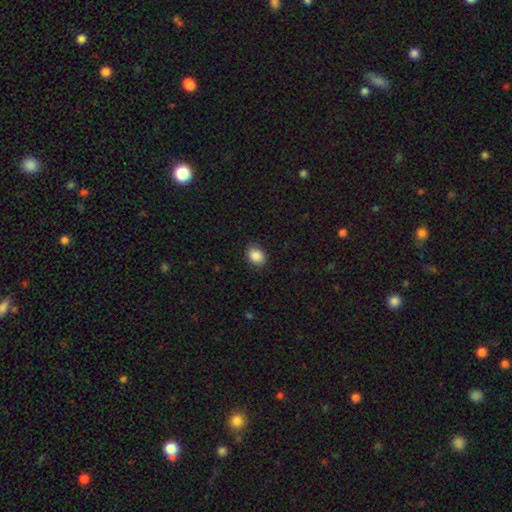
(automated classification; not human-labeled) smooth-or-featured: smooth: 88% | star or artifact: 8% | featured or disk: 3%
  how-rounded: in between: 59% | round: 40% | cigar-shaped: 1%
  merging: none: 86% | minor disturbance: 11% | major disturbance: 3% | merger: 1%